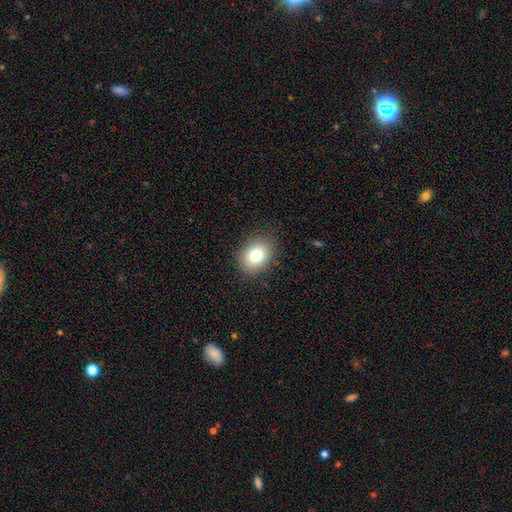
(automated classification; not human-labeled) smooth 79%, star or artifact 11%, featured or disk 10%. Down the decision tree: how rounded — in between (56%); merging — none (86%).